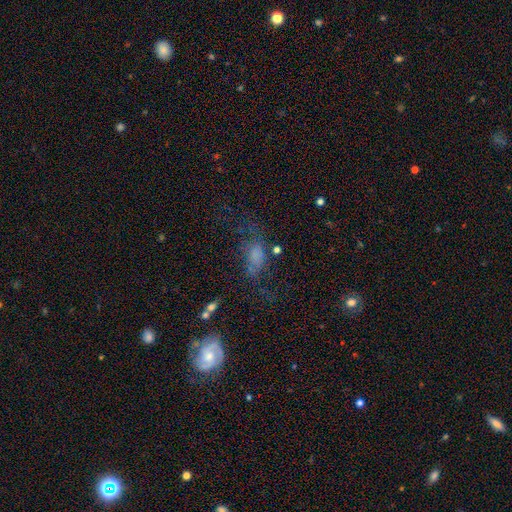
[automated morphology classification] Q: Smooth or featured?
A: smooth (56%); runner-up: featured or disk (26%)
Q: How rounded?
A: in between (83%); runner-up: round (9%)
Q: Merging?
A: none (36%); tied with: major disturbance (36%)